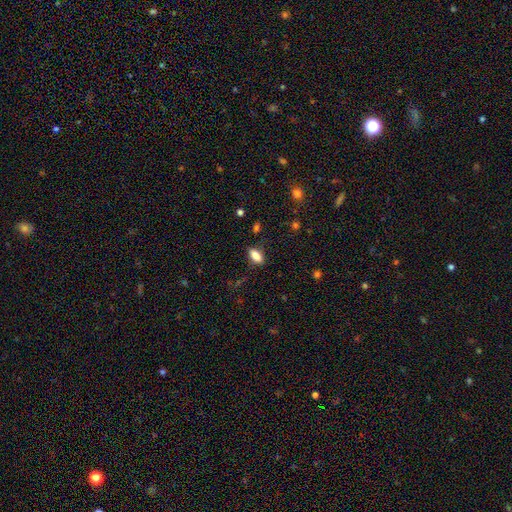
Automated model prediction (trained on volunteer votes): smooth-or-featured: smooth: 84% | star or artifact: 9% | featured or disk: 8%
  how-rounded: in between: 84% | cigar-shaped: 12% | round: 4%
  merging: none: 82% | minor disturbance: 13% | major disturbance: 3% | merger: 2%